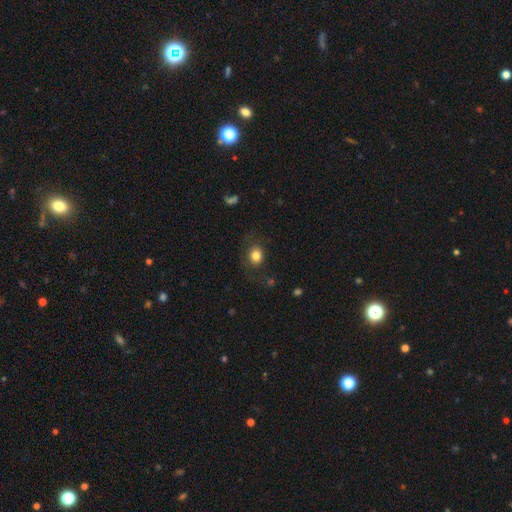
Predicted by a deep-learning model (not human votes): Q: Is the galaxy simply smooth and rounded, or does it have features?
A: smooth — 82%.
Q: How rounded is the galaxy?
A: round — 67%.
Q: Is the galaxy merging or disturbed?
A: none — 77%.